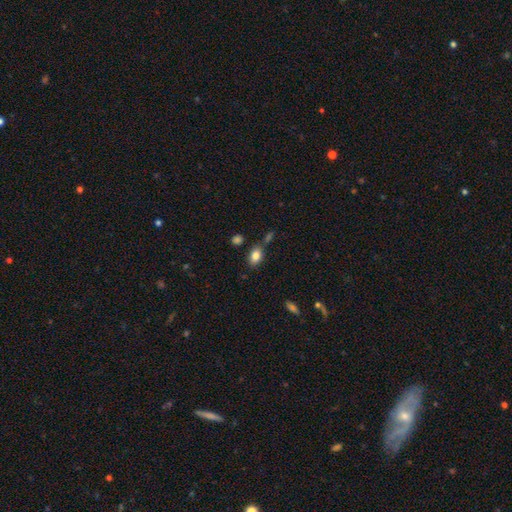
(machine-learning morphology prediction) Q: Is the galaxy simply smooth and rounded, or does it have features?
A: smooth — 83%.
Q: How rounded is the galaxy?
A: in between — 86%.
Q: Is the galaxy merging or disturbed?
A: none — 76%.